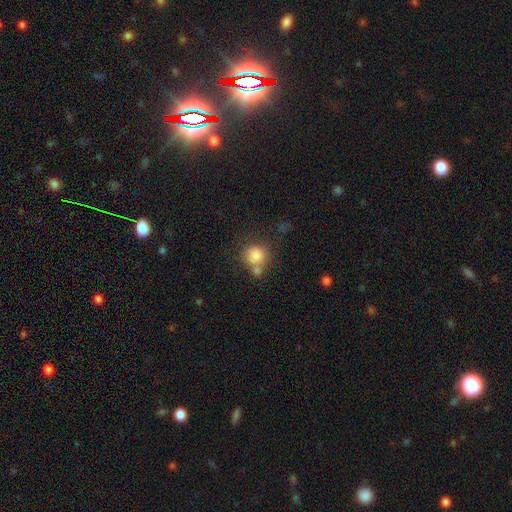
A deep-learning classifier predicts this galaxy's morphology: A smooth galaxy with no disk features (82%) that is round (90%). Merging: none (56%).